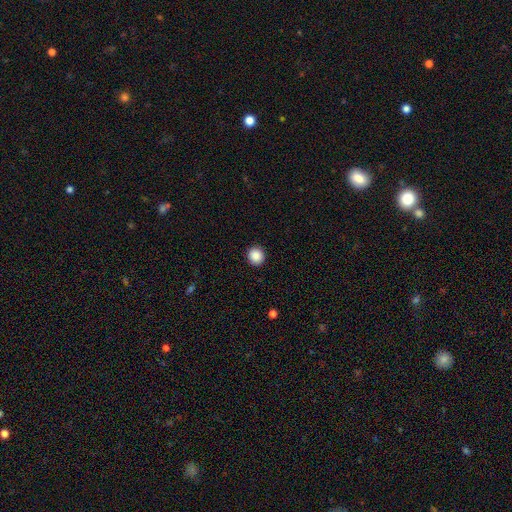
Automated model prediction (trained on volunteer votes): This is clearly a smooth galaxy (88%). How rounded: clearly round (92%). Merging: clearly none (93%).